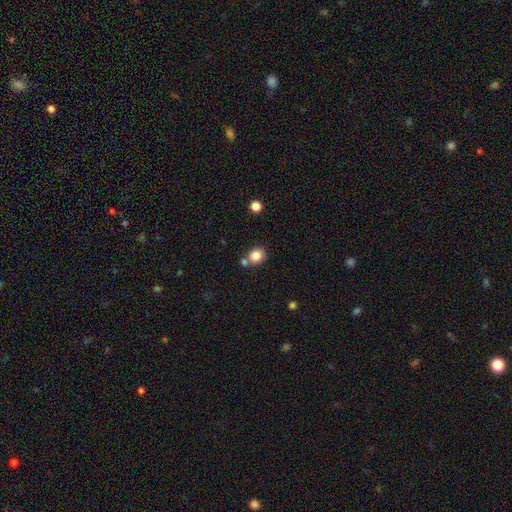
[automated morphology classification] smooth-or-featured: smooth: 84% | star or artifact: 10% | featured or disk: 5%
  how-rounded: round: 76% | in between: 23% | cigar-shaped: 1%
  merging: none: 64% | merger: 23% | minor disturbance: 10% | major disturbance: 3%